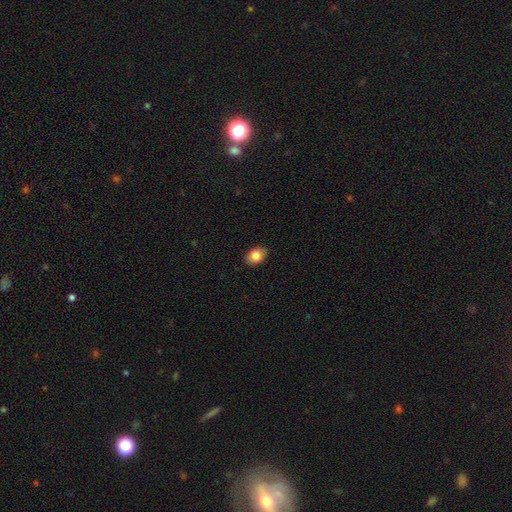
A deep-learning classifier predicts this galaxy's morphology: Smooth or featured? Predicted: smooth (p=0.84). How rounded? Predicted: in between (p=0.76). Merging? Predicted: none (p=0.87).